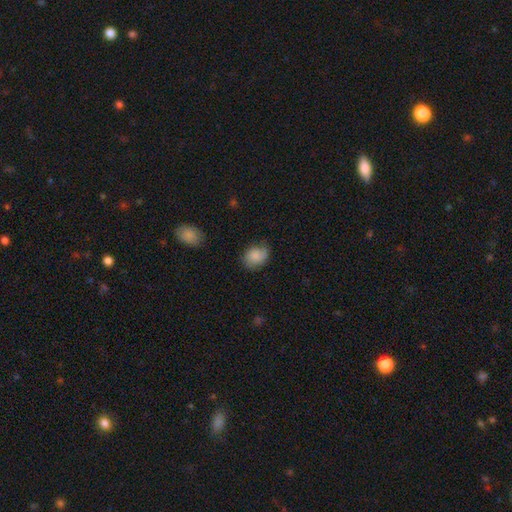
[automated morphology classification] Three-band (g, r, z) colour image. It shows a smooth galaxy with no disk features (81%) that is in between round and cigar-shaped (60%). Merging: none (62%).